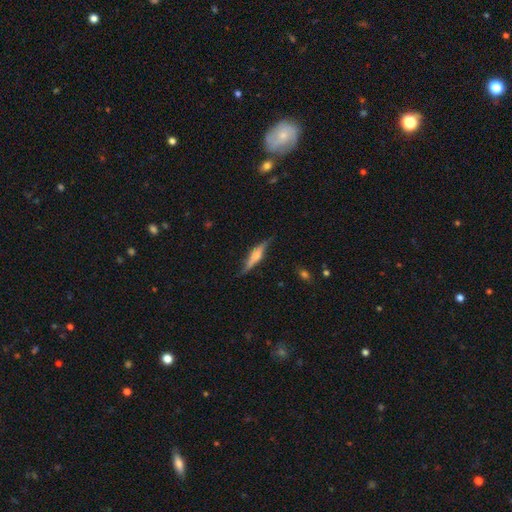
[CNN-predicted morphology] Smooth or featured: featured or disk — 61% (smooth — 32%)
Edge-on disk: yes — 94% (no — 6%)
Edge-on bulge: rounded — 77% (boxy — 15%)
Merging: none — 77% (minor disturbance — 17%)